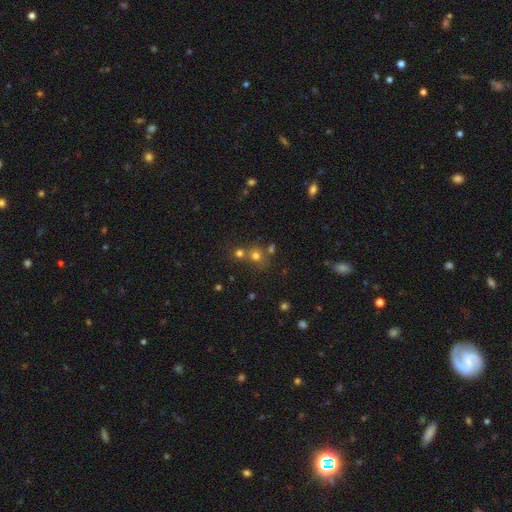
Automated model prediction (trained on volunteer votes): Smooth or featured? smooth (68%)
How rounded? round (82%)
Merging? none (53%)